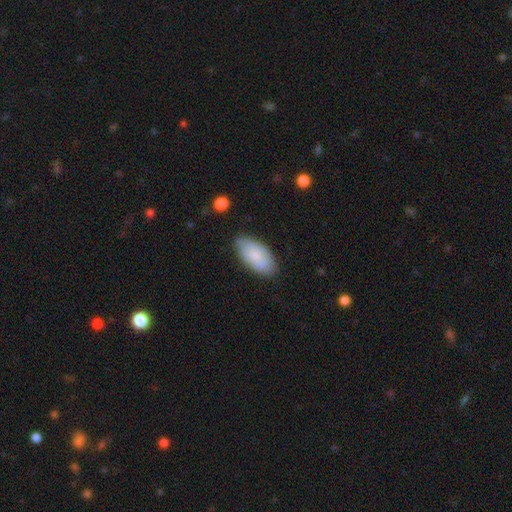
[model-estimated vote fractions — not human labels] Morphology: type=smooth (77%); roundness=in between (94%); merging=none (77%).